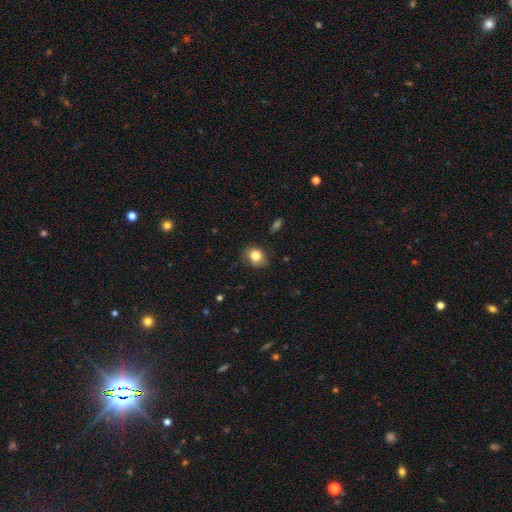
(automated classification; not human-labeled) Smooth or featured?
  - smooth: 81% *
  - featured or disk: 10%
  - star or artifact: 9%
How rounded?
  - round: 63% *
  - in between: 37%
  - cigar-shaped: 1%
Merging?
  - none: 79% *
  - minor disturbance: 17%
  - major disturbance: 3%
  - merger: 1%